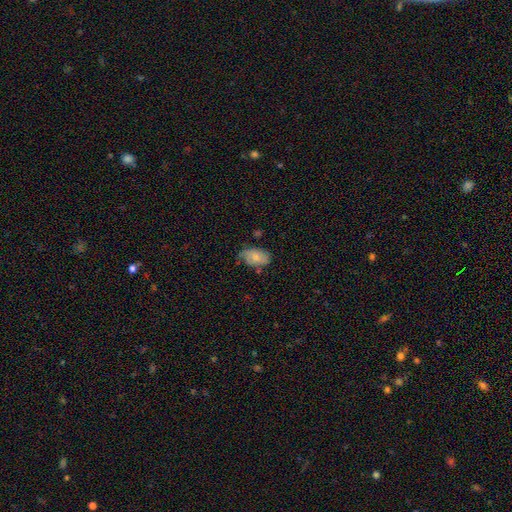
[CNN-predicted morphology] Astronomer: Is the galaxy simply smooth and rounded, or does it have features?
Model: smooth — 72%.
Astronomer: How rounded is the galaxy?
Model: in between — 91%.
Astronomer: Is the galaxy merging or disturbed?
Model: none — 58%.